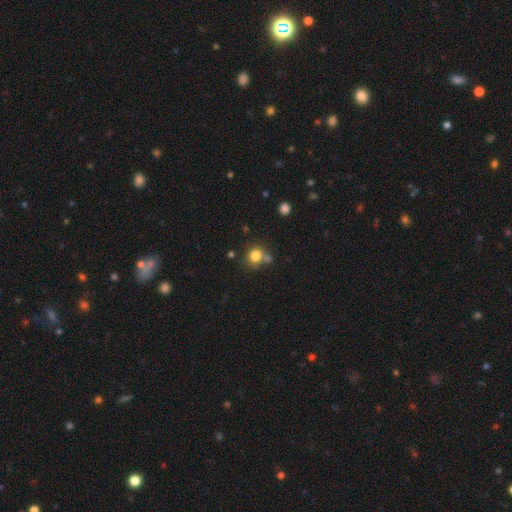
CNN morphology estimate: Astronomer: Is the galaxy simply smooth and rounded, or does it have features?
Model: smooth — 80%.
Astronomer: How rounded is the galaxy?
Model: round — 86%.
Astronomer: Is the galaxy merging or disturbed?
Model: none — 62%.